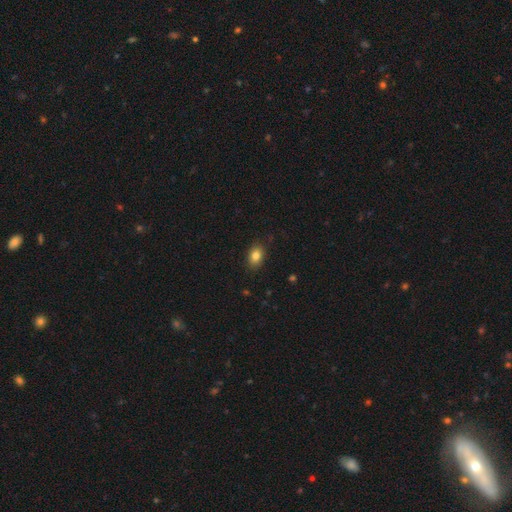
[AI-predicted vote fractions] Morphology: type=smooth (83%); roundness=in between (81%); merging=none (86%).